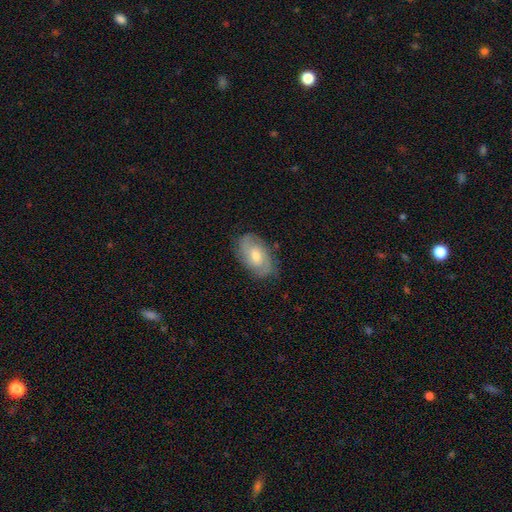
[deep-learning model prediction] featured or disk 65%, smooth 28%, star or artifact 7%. Down the decision tree: edge-on disk — no (95%); bar — no (63%); spiral arms — yes (87%); spiral arm count — 2 (45%); spiral winding — tight (52%); bulge size — moderate (61%); merging — none (77%).